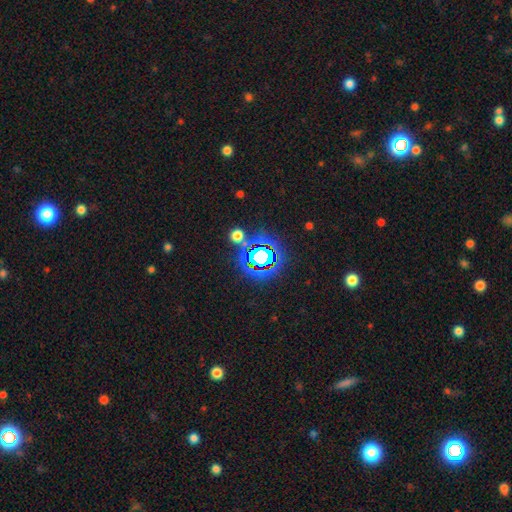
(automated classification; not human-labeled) Q: Smooth or featured?
A: star or artifact (78%); runner-up: smooth (14%)